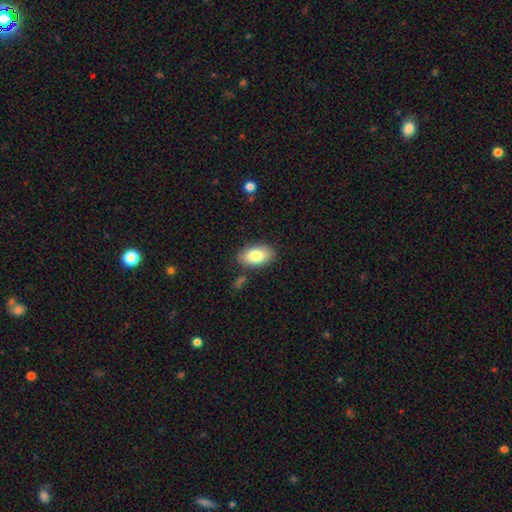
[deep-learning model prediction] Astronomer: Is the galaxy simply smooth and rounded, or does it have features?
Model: smooth — 83%.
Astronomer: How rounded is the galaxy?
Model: in between — 93%.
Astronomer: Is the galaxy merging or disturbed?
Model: none — 82%.